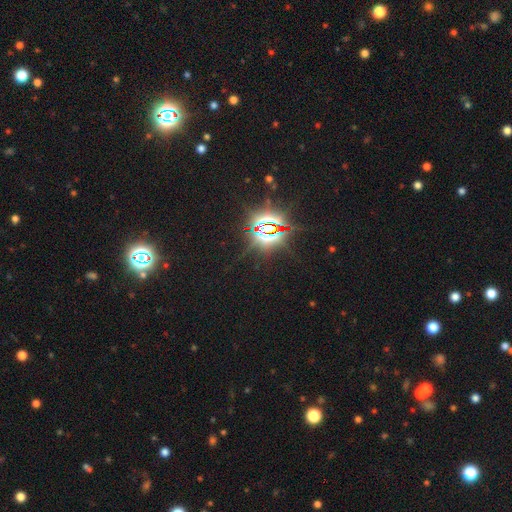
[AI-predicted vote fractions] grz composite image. It shows a star or artifact, not a galaxy (82%).